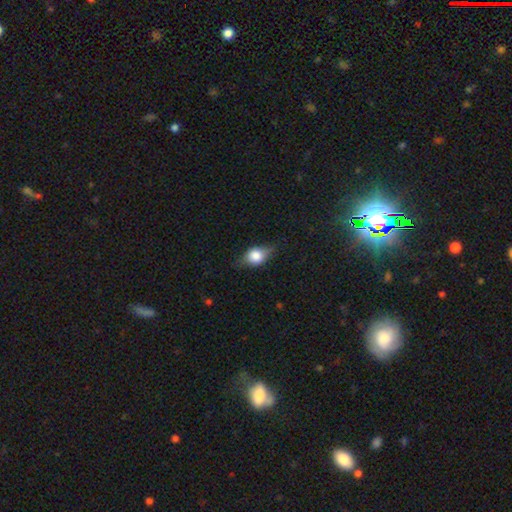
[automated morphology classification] Smooth or featured?
  - smooth: 63% *
  - featured or disk: 28%
  - star or artifact: 9%
How rounded?
  - in between: 59% *
  - round: 37%
  - cigar-shaped: 4%
Merging?
  - none: 68% *
  - minor disturbance: 24%
  - major disturbance: 7%
  - merger: 1%